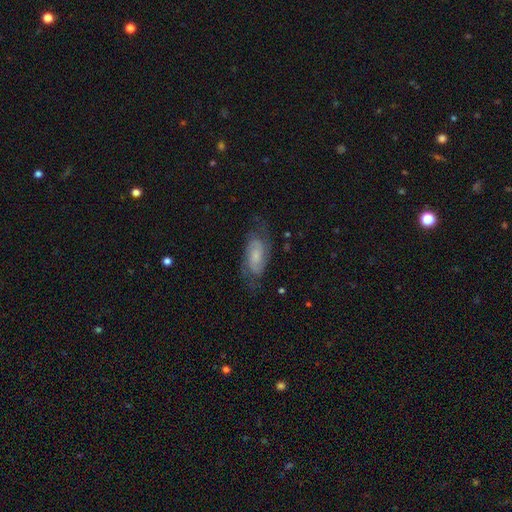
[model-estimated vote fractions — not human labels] The model was most divided on "spiral winding": medium: 47%, tight: 35%, loose: 18%. Remaining: edge-on disk — no (94%); spiral arms — yes (92%); spiral arm count — 2 (78%); smooth or featured — featured or disk (69%); merging — none (68%); bar — no (55%); bulge size — small (45%).